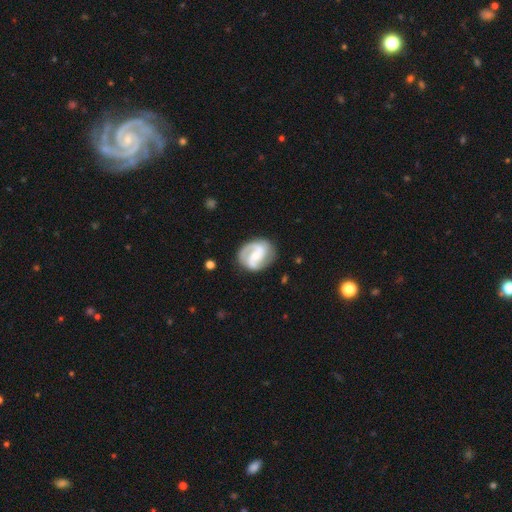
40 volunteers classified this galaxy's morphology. Smooth or featured: featured or disk — 92% (smooth — 8%)
Edge-on disk: no — 100%
Bar: weak — 43% (no — 32%)
Spiral arms: yes — 95% (no — 5%)
Spiral winding: medium — 43% (tight — 34%)
Spiral arm count: 2 — 86% (1 — 6%)
Bulge size: small — 51% (moderate — 41%)
Merging: none — 75% (minor disturbance — 15%)